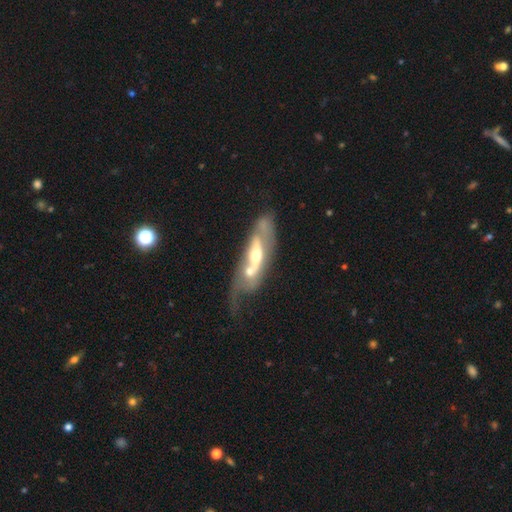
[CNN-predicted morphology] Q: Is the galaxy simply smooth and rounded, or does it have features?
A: featured or disk — 69%.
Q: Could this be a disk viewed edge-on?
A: no — 79%.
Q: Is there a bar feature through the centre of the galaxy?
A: no — 56%.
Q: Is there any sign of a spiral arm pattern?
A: yes — 53%.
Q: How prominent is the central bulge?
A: moderate — 65%.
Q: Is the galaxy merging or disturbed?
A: merger — 48%.